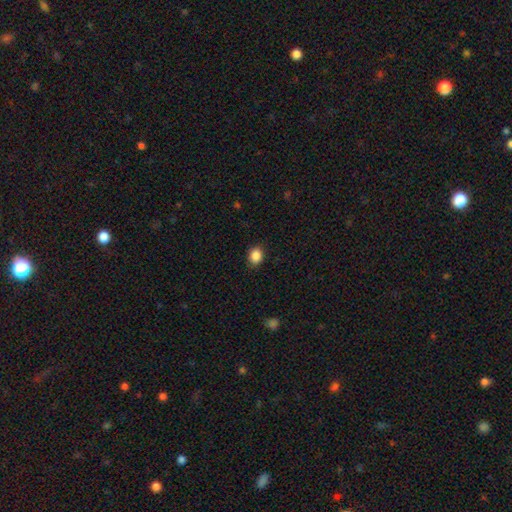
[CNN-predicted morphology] smooth 88%, star or artifact 9%, featured or disk 3%. Down the decision tree: how rounded — round (50%); merging — none (87%).